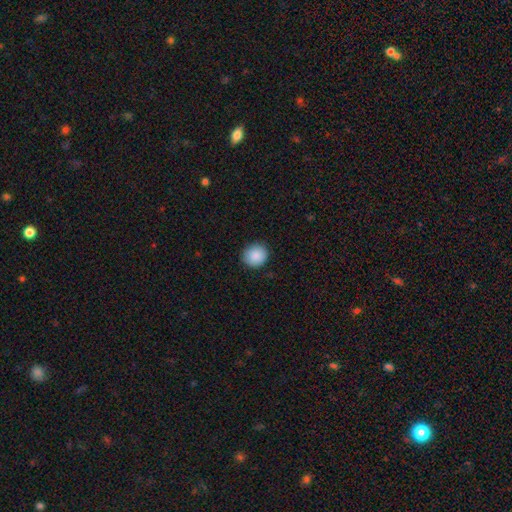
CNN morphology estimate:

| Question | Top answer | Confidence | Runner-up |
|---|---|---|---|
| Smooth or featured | smooth | 89% | star or artifact (8%) |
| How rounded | round | 88% | in between (11%) |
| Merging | none | 89% | minor disturbance (8%) |